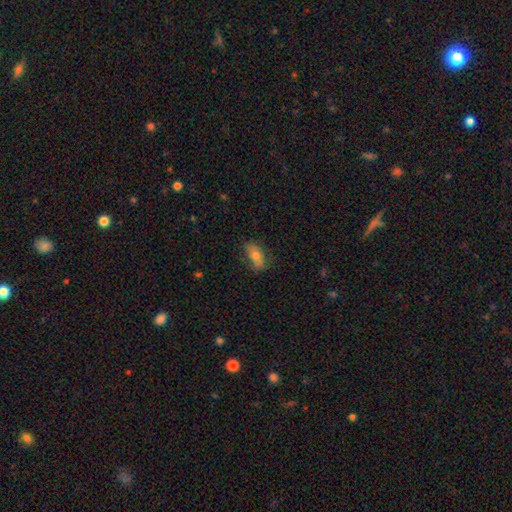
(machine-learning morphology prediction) Smooth or featured? smooth (67%)
How rounded? in between (87%)
Merging? none (68%)